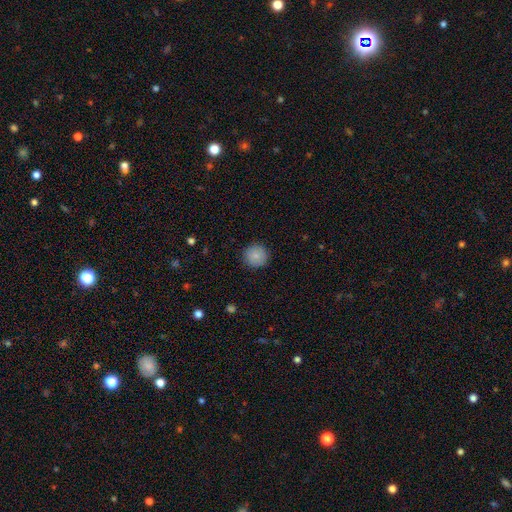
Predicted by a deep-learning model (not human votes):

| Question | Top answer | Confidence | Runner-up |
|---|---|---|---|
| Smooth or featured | smooth | 86% | star or artifact (8%) |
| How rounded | round | 95% | in between (4%) |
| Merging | none | 90% | minor disturbance (7%) |